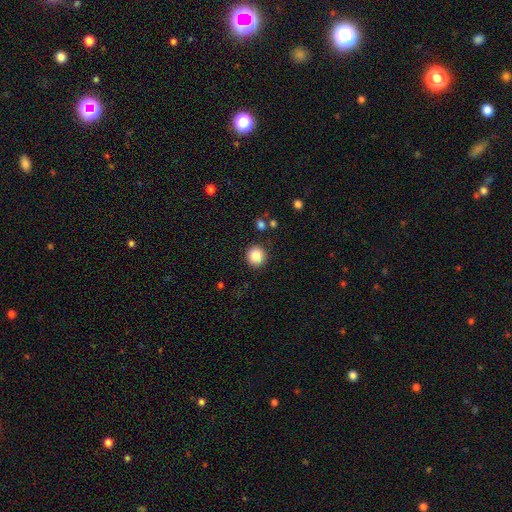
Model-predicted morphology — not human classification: smooth 87%, star or artifact 9%, featured or disk 4%. Down the decision tree: how rounded — round (93%); merging — none (90%).